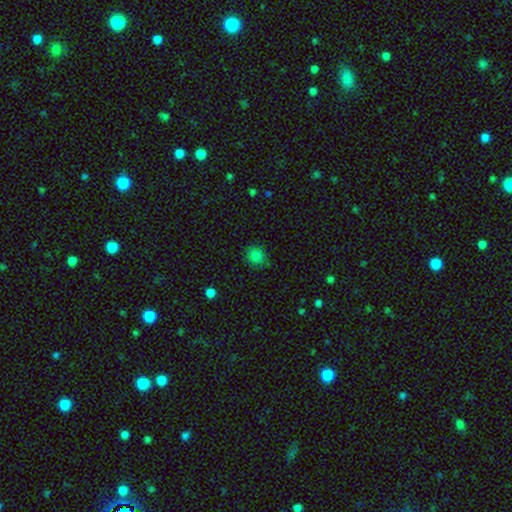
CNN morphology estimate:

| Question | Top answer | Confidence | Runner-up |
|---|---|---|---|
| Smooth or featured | smooth | 84% | star or artifact (12%) |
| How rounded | round | 85% | in between (14%) |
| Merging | none | 88% | minor disturbance (9%) |